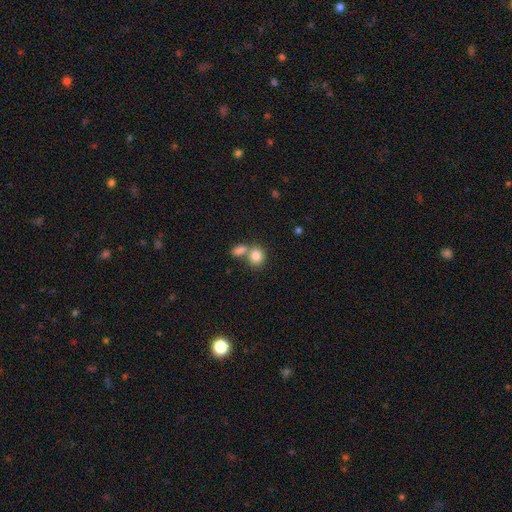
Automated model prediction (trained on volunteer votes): smooth-or-featured: smooth: 84% | star or artifact: 9% | featured or disk: 8%
  how-rounded: round: 68% | in between: 31% | cigar-shaped: 1%
  merging: none: 45% | merger: 43% | minor disturbance: 8% | major disturbance: 4%